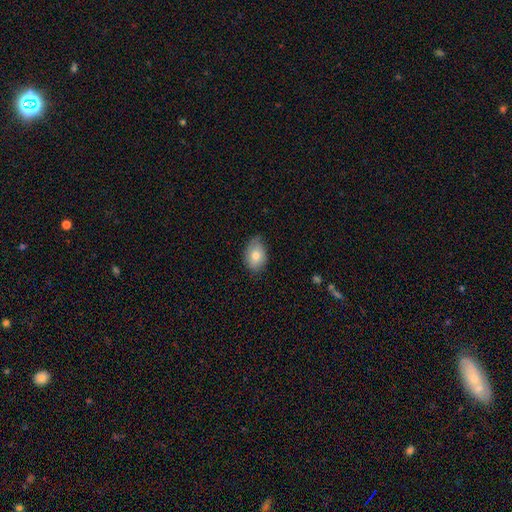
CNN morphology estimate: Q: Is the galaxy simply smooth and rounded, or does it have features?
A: smooth — 78%.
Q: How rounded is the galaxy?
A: in between — 81%.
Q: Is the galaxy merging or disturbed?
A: none — 67%.